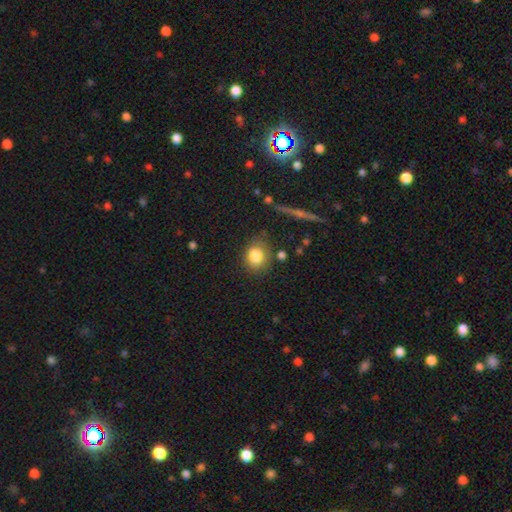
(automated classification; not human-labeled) A smooth galaxy with no disk features (82%) that is round (66%).

Vote fractions:
- Smooth or featured? smooth: 82% / star or artifact: 10% / featured or disk: 8%
- How rounded? round: 66% / in between: 33% / cigar-shaped: 1%
- Merging? none: 77% / minor disturbance: 15% / merger: 4% / major disturbance: 4%